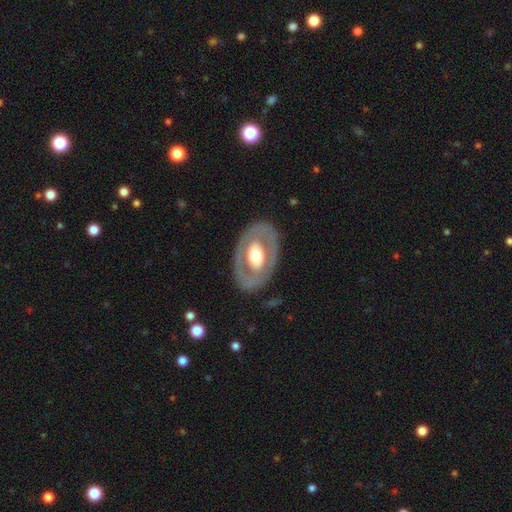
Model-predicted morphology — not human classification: Overall: featured or disk (59%; smooth 36%). Edge-on disk: no (91%). Bar: no (71%). Spiral arms: no (86%). Bulge size: moderate (55%; large 33%). Merging: none (82%).